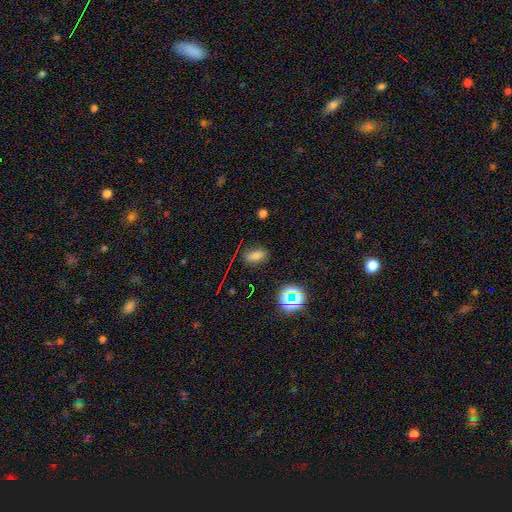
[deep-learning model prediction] smooth-or-featured: smooth: 69% | star or artifact: 23% | featured or disk: 9%
  how-rounded: in between: 86% | round: 8% | cigar-shaped: 5%
  merging: none: 78% | minor disturbance: 15% | major disturbance: 5% | merger: 2%